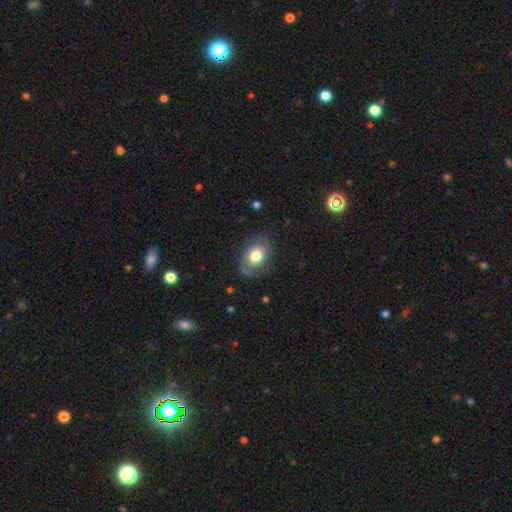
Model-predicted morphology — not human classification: smooth 54%, featured or disk 38%, star or artifact 8%. Down the decision tree: how rounded — in between (68%); merging — none (73%).